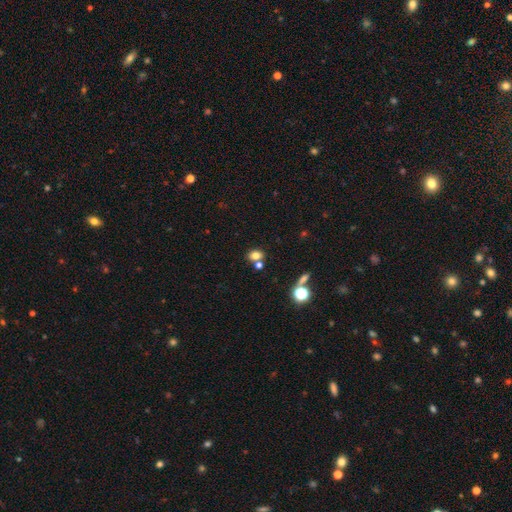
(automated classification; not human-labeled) Morphology: type=smooth (76%); roundness=in between (60%); merging=none (61%).